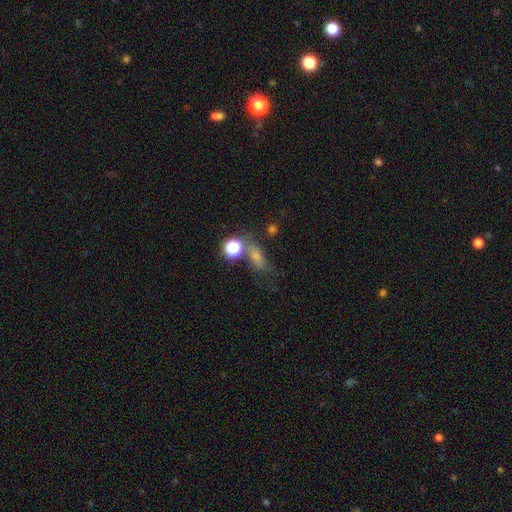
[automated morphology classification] This appears to be a smooth galaxy with no disk features (47%). Merging: none (49%).